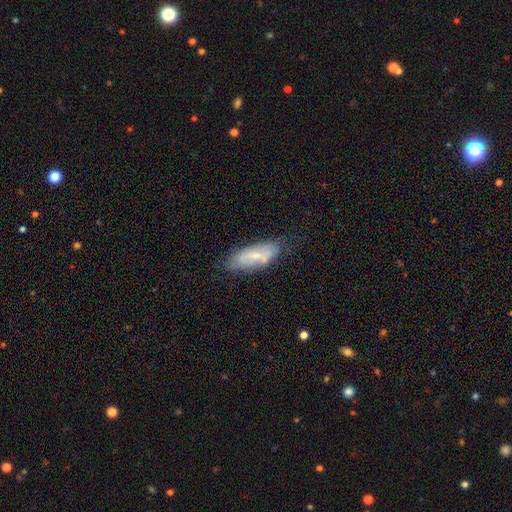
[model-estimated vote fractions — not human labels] This appears to be a smooth galaxy with no disk features (48%). Merging: none (64%).